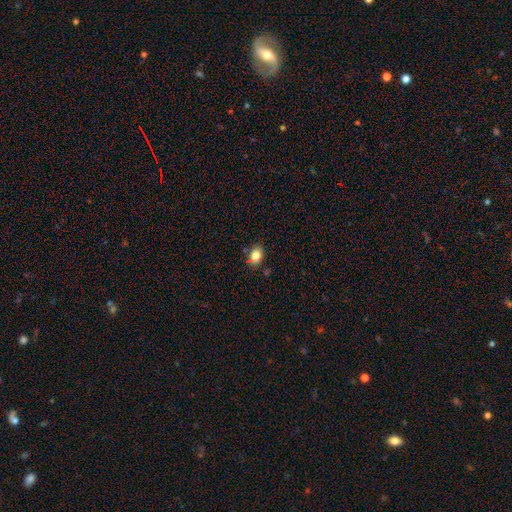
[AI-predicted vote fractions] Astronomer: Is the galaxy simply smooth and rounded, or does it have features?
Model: smooth — 80%.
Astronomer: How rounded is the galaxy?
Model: in between — 64%.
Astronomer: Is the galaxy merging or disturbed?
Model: none — 75%.